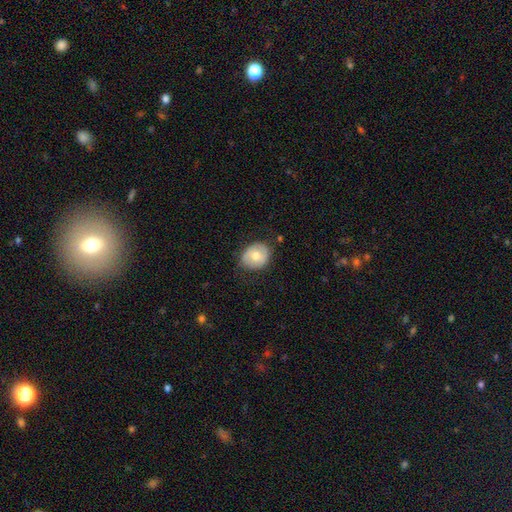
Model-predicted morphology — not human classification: type=smooth (63%); roundness=round (52%); merging=none (73%).